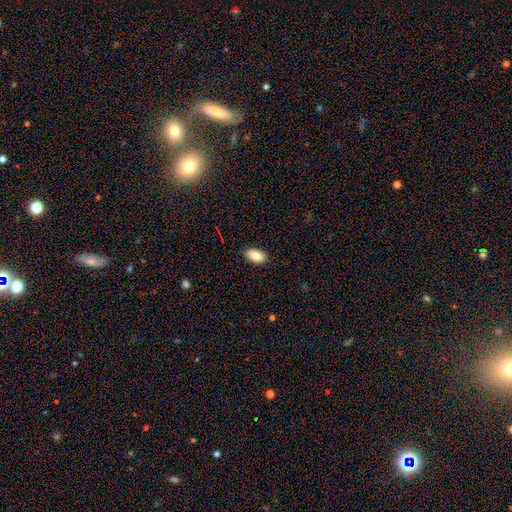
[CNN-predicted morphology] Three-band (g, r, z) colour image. It shows a smooth galaxy with no disk features (85%) that is in between round and cigar-shaped (93%). Merging: none (89%).